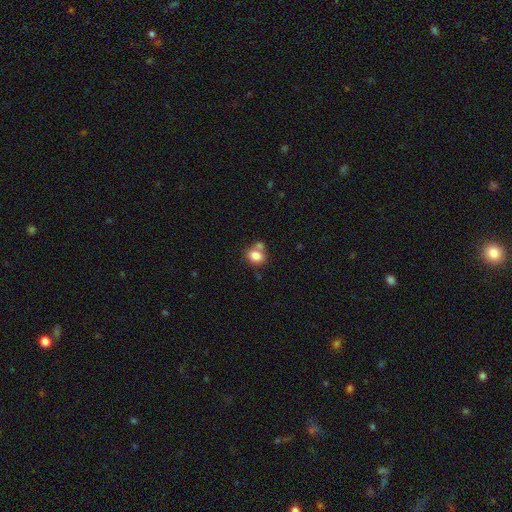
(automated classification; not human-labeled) smooth-or-featured: smooth: 81% | star or artifact: 10% | featured or disk: 9%
  how-rounded: in between: 53% | round: 46% | cigar-shaped: 1%
  merging: none: 50% | merger: 32% | minor disturbance: 13% | major disturbance: 5%